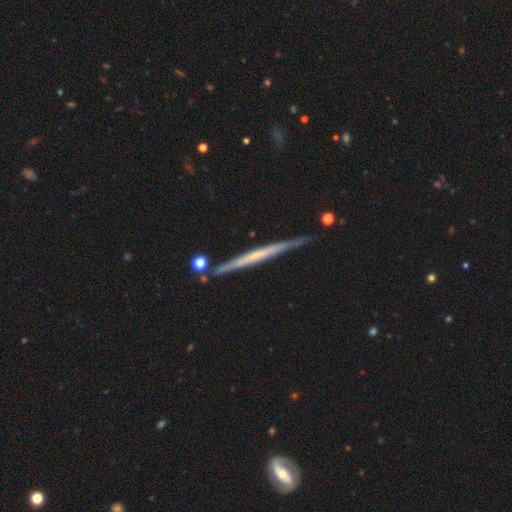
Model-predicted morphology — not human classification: This is likely a featured or disk galaxy (66%). It is clearly viewed edge-on (97%). Edge-on bulge: clearly none (81%). Merging: clearly none (83%).